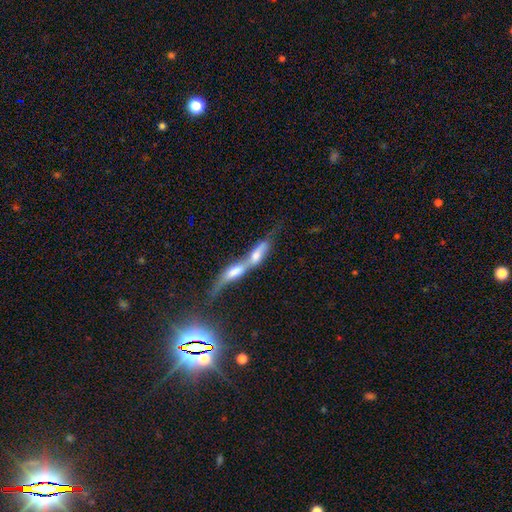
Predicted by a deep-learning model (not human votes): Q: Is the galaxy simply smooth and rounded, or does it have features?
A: featured or disk — 47%.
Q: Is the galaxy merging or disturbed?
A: none — 44%.